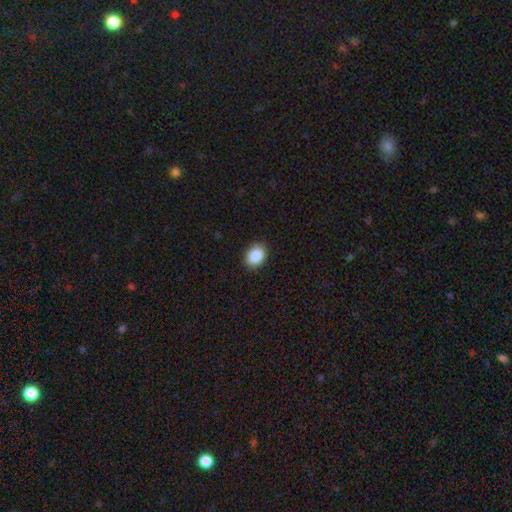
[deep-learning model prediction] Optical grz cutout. It shows a smooth galaxy with no disk features (88%) that is in between round and cigar-shaped (63%). Merging: none (89%).